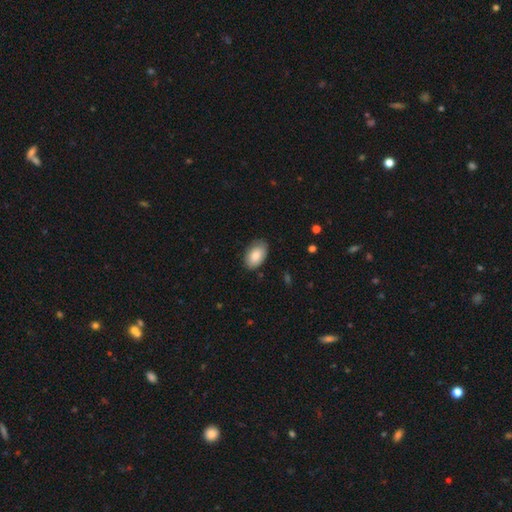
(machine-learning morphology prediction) Smooth or featured? smooth (86%)
How rounded? in between (93%)
Merging? none (82%)